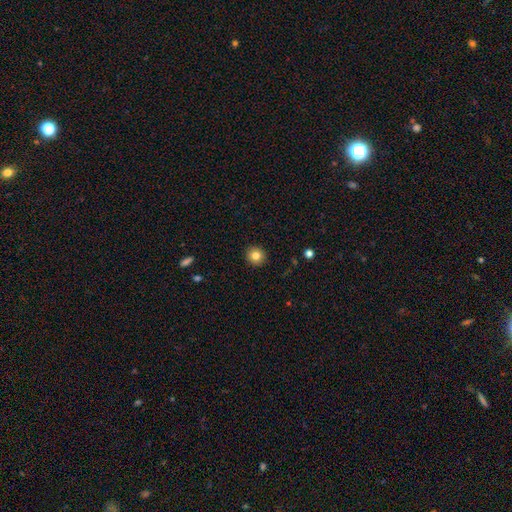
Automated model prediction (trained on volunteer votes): smooth-or-featured: smooth: 82% | star or artifact: 10% | featured or disk: 8%
  how-rounded: round: 89% | in between: 10% | cigar-shaped: 1%
  merging: none: 92% | minor disturbance: 6% | major disturbance: 2% | merger: 1%